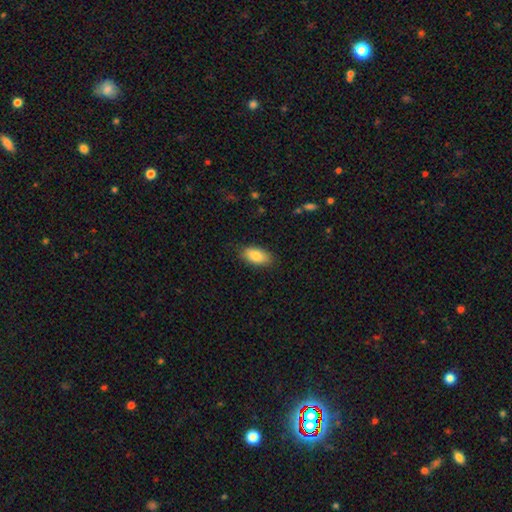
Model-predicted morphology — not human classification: type=smooth (84%); roundness=in between (92%); merging=none (84%).